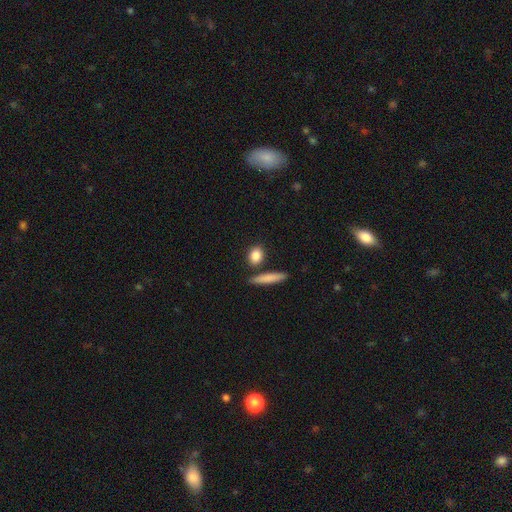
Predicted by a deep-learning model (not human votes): A smooth galaxy with no disk features (85%) that is round (43%, tied with in between). Merging: none (78%).